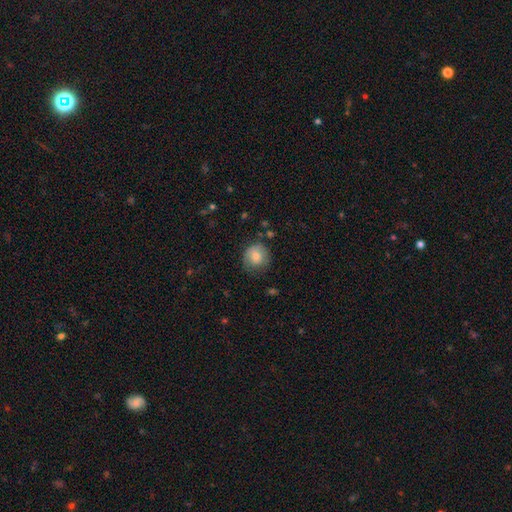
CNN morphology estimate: Overall: smooth (75%). How rounded: round (87%). Merging: none (69%).